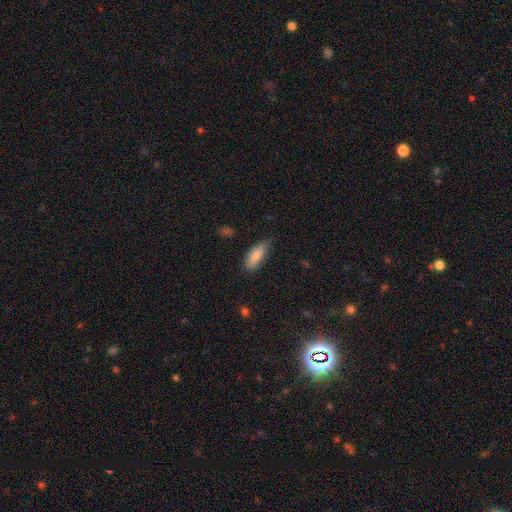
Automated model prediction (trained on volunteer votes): A smooth galaxy with no disk features (85%) that is in between round and cigar-shaped (80%). Merging: none (69%).